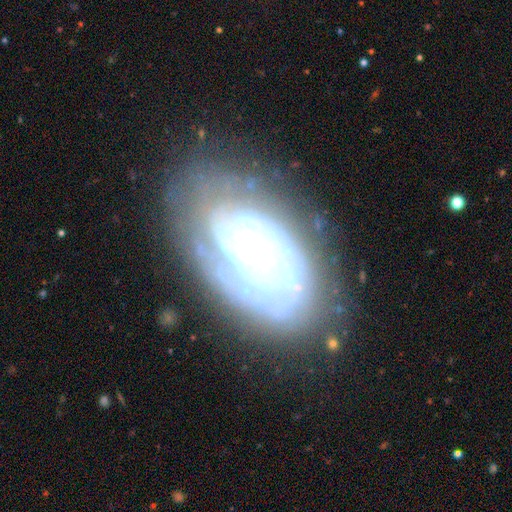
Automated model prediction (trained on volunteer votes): Smooth or featured?
  - featured or disk: 83% *
  - smooth: 10%
  - star or artifact: 7%
Edge-on disk?
  - no: 96% *
  - yes: 4%
Bar?
  - no: 70% *
  - weak: 21%
  - strong: 9%
Spiral arms?
  - yes: 93% *
  - no: 7%
Spiral winding?
  - tight: 79% *
  - medium: 17%
  - loose: 4%
Spiral arm count?
  - can't tell: 38% *
  - 2: 18%
  - 3: 17%
  - 4: 12%
  - more than 4: 9%
  - 1: 6%
Bulge size?
  - small: 65% *
  - moderate: 23%
  - none: 5%
  - large: 5%
  - dominant: 2%
Merging?
  - none: 71% *
  - minor disturbance: 18%
  - major disturbance: 8%
  - merger: 2%